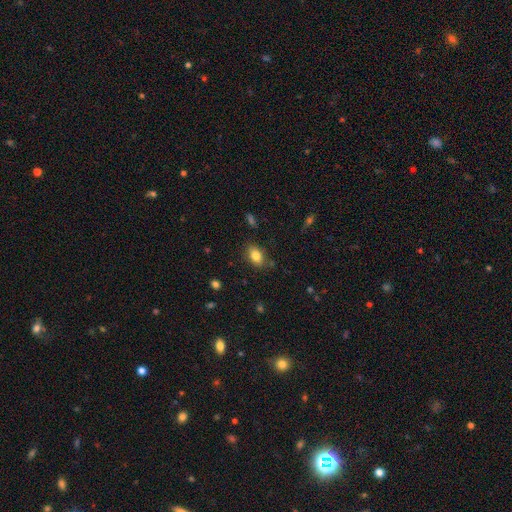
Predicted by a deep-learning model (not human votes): Smooth or featured: smooth — 82% (star or artifact — 9%)
How rounded: in between — 84% (round — 14%)
Merging: none — 80% (minor disturbance — 14%)